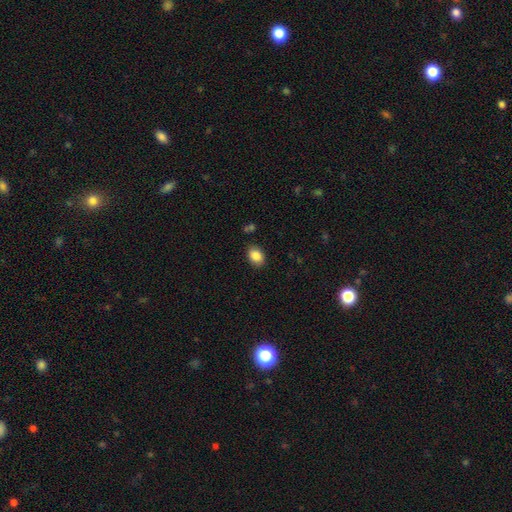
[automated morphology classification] Overall: smooth (87%). How rounded: in between (71%). Merging: none (84%).